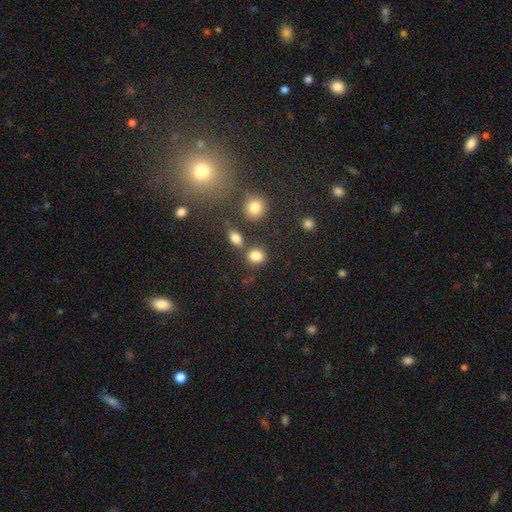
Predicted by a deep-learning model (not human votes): A smooth galaxy with no disk features (82%) that is round (53%). Merging: none (68%).